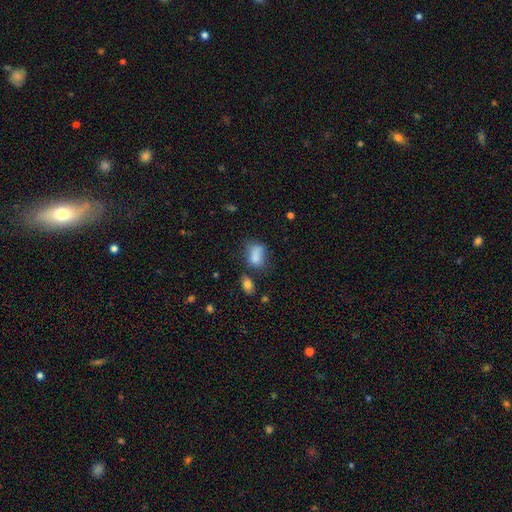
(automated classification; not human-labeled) The model was most divided on "merging": none: 35%, minor disturbance: 27%, major disturbance: 19%, merger: 18%. More confident: how rounded — in between (80%); smooth or featured — smooth (77%).